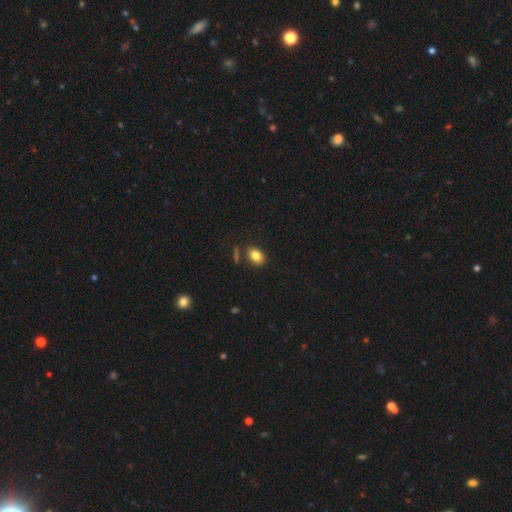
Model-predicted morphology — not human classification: This is clearly a smooth galaxy (82%). How rounded: likely in between (68%). Merging: likely none (79%).